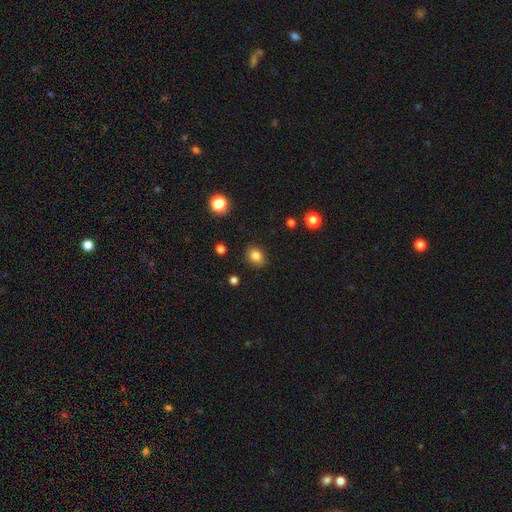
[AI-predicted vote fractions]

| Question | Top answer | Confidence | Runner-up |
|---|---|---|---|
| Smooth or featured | smooth | 84% | star or artifact (10%) |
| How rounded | in between | 62% | round (37%) |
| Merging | none | 86% | minor disturbance (10%) |